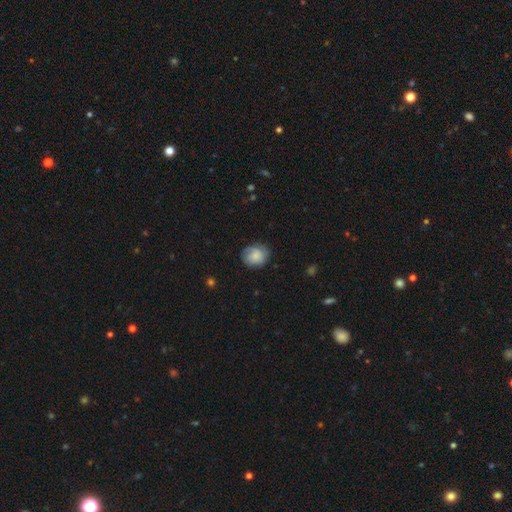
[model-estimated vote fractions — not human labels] A smooth galaxy with no disk features (73%) that is round (66%). Merging: none (74%).